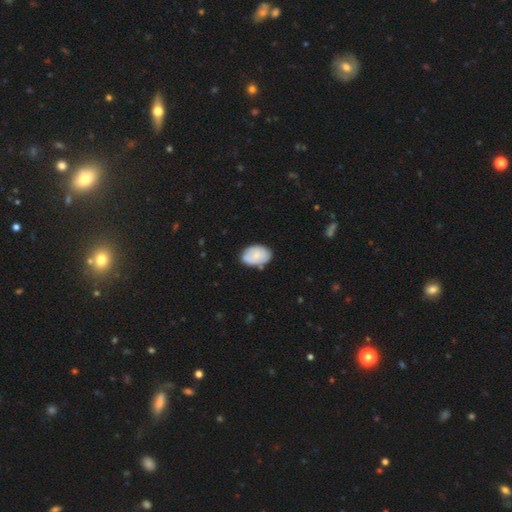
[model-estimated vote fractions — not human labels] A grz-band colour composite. It shows a smooth galaxy with no disk features (76%) that is in between round and cigar-shaped (87%). Merging: none (73%).